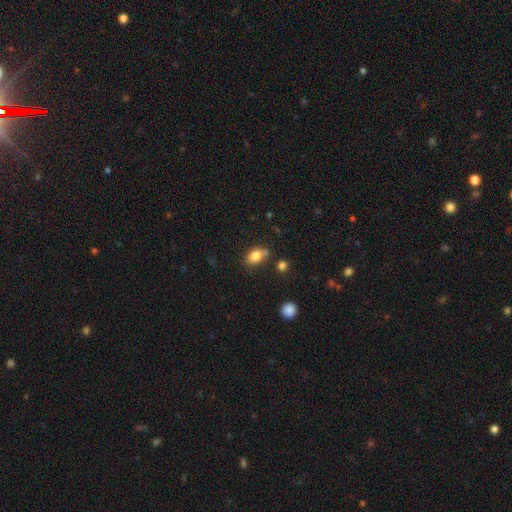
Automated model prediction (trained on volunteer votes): A smooth galaxy with no disk features (82%) that is in between round and cigar-shaped (73%).

Vote fractions:
- Smooth or featured? smooth: 82% / star or artifact: 10% / featured or disk: 8%
- How rounded? in between: 73% / round: 26% / cigar-shaped: 2%
- Merging? none: 60% / minor disturbance: 19% / merger: 16% / major disturbance: 5%